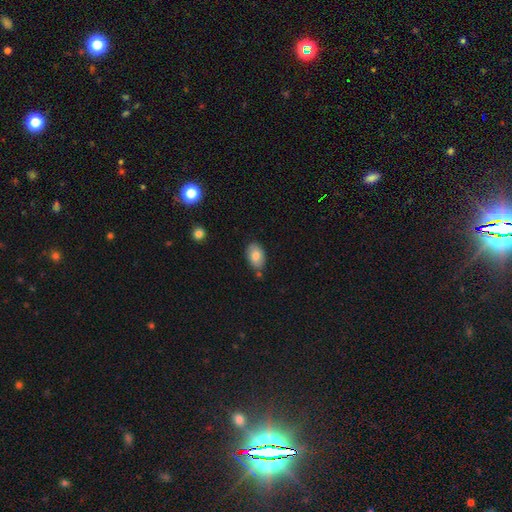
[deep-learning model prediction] Smooth or featured?
  - smooth: 80% *
  - featured or disk: 13%
  - star or artifact: 7%
How rounded?
  - in between: 89% *
  - round: 10%
  - cigar-shaped: 1%
Merging?
  - none: 75% *
  - minor disturbance: 17%
  - merger: 6%
  - major disturbance: 3%